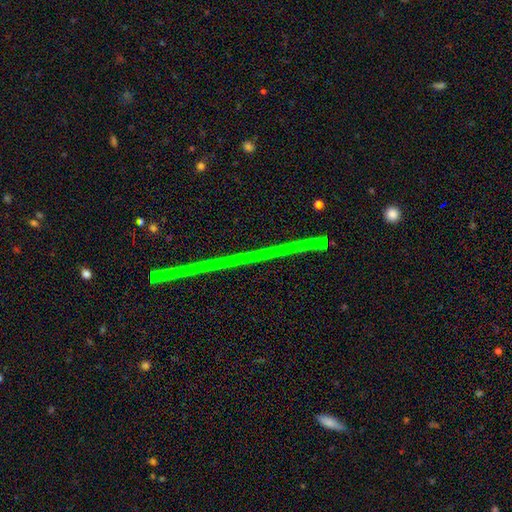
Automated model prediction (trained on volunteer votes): star or artifact 80%, featured or disk 13%, smooth 6%.